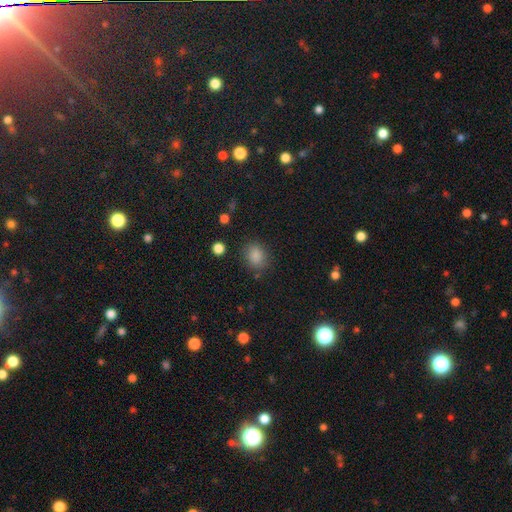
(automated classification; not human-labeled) Smooth or featured?
  - smooth: 85% *
  - star or artifact: 11%
  - featured or disk: 4%
How rounded?
  - round: 57% *
  - in between: 42%
  - cigar-shaped: 1%
Merging?
  - none: 79% *
  - minor disturbance: 13%
  - major disturbance: 4%
  - merger: 3%